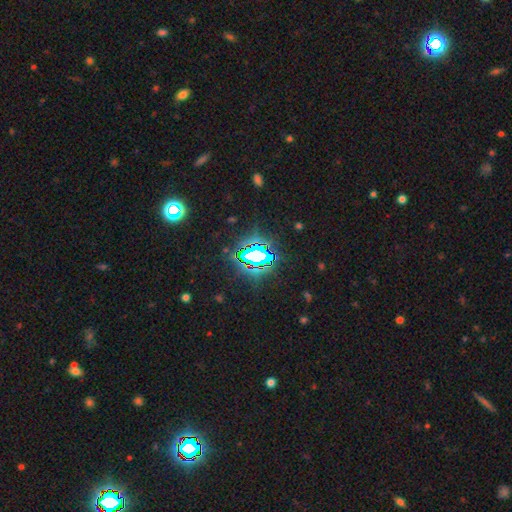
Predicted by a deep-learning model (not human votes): Overall: star or artifact (76%).